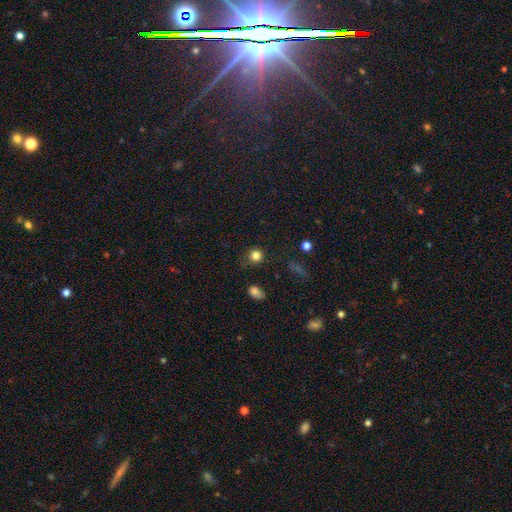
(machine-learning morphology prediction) Smooth or featured?
  - smooth: 82% *
  - star or artifact: 13%
  - featured or disk: 5%
How rounded?
  - round: 91% *
  - in between: 8%
  - cigar-shaped: 1%
Merging?
  - none: 81% *
  - minor disturbance: 12%
  - major disturbance: 4%
  - merger: 3%